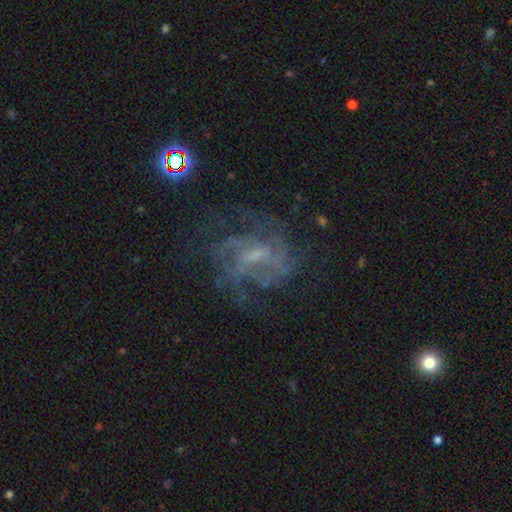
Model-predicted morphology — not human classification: A featured or disk galaxy (74%) with a weak bar (51%), medium (44%) spiral arms (84%) and a small central bulge (42%). Merging: none (60%).